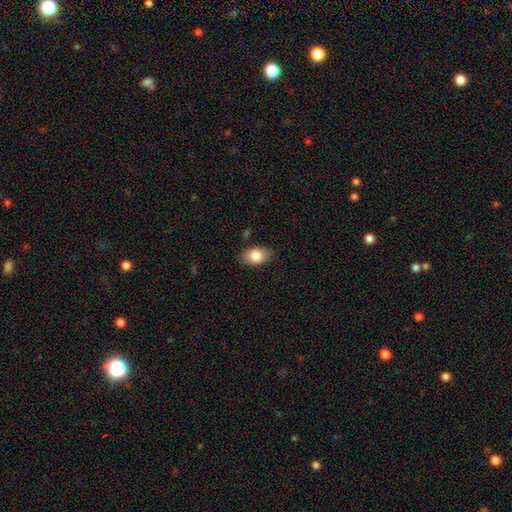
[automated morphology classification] A smooth galaxy with no disk features (81%) that is in between round and cigar-shaped (88%).

Vote fractions:
- Smooth or featured? smooth: 81% / featured or disk: 11% / star or artifact: 7%
- How rounded? in between: 88% / round: 10% / cigar-shaped: 2%
- Merging? none: 83% / minor disturbance: 13% / major disturbance: 3% / merger: 1%